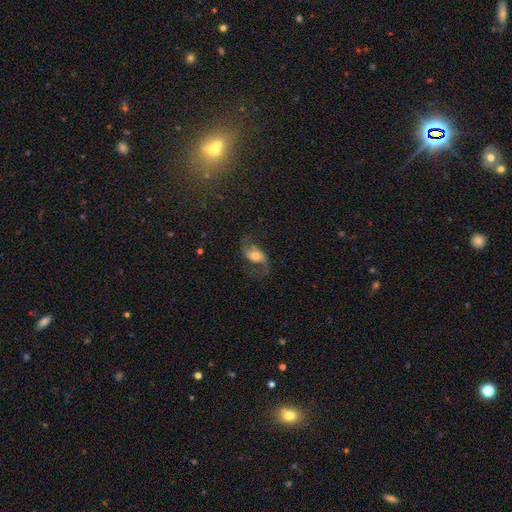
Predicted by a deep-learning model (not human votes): This appears to be a featured or disk galaxy (75%) with no bar (47%), 2 (90%) loose (71%) spiral arms (93%) and a moderate central bulge (60%). Merging: none (67%).